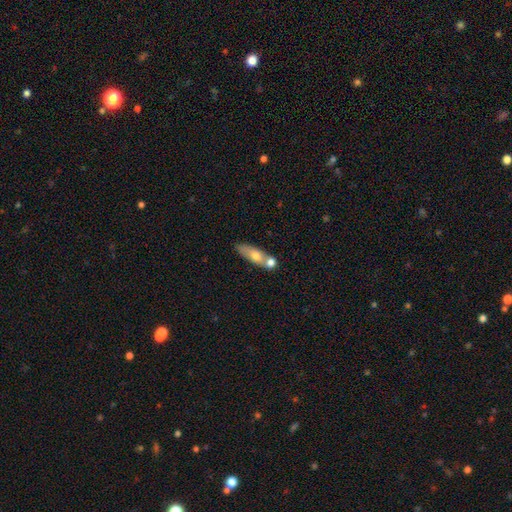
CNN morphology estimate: type=smooth (61%); roundness=in between (52%); merging=none (46%).